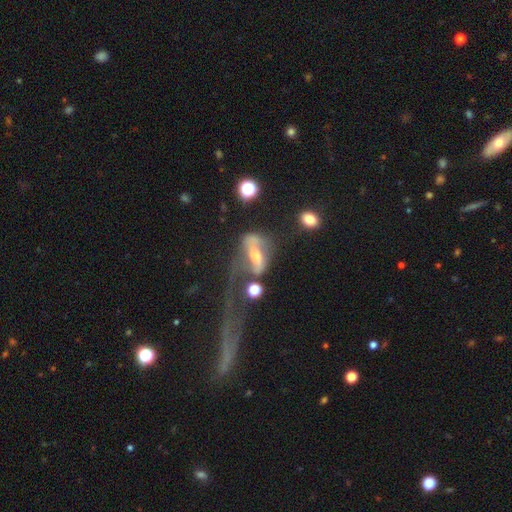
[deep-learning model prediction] smooth-or-featured: featured or disk: 61% | smooth: 28% | star or artifact: 11%
  disk-edge-on: no: 84% | yes: 16%
    bar: no: 38% | strong: 32% | weak: 31%
    has-spiral-arms: yes: 54% | no: 46%
    bulge-size: moderate: 49% | small: 31% | large: 9% | none: 8% | dominant: 2%
  merging: major disturbance: 48% | merger: 24% | none: 17% | minor disturbance: 12%